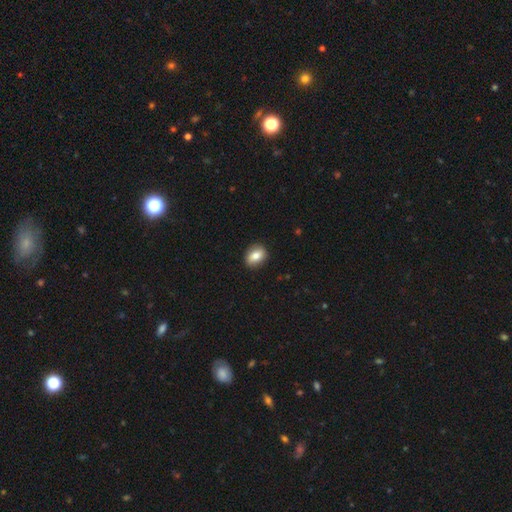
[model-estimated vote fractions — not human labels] This is likely a smooth galaxy (79%). How rounded: likely in between (69%). Merging: clearly none (88%).